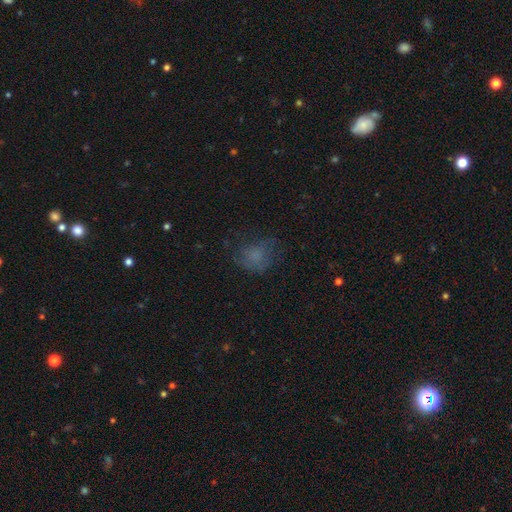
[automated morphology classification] A smooth galaxy with no disk features (60%) that is round (58%).

Vote fractions:
- Smooth or featured? smooth: 60% / featured or disk: 21% / star or artifact: 18%
- How rounded? round: 58% / in between: 41% / cigar-shaped: 1%
- Merging? none: 55% / minor disturbance: 22% / major disturbance: 22% / merger: 2%